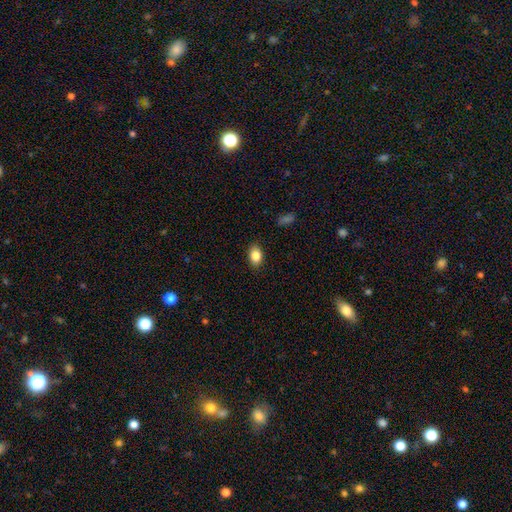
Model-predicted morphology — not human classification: smooth 85%, star or artifact 8%, featured or disk 6%. Down the decision tree: how rounded — in between (82%); merging — none (87%).